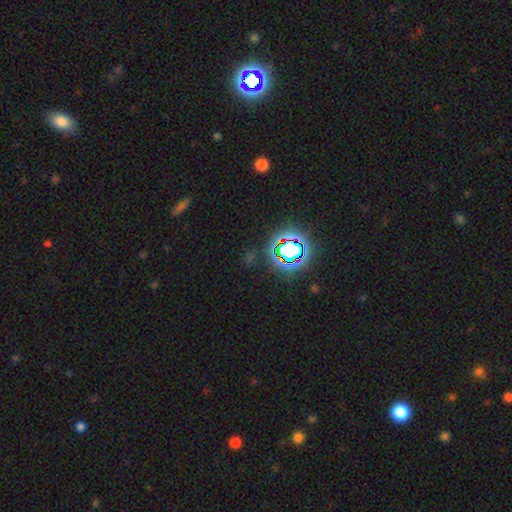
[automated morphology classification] Smooth or featured? star or artifact (79%)